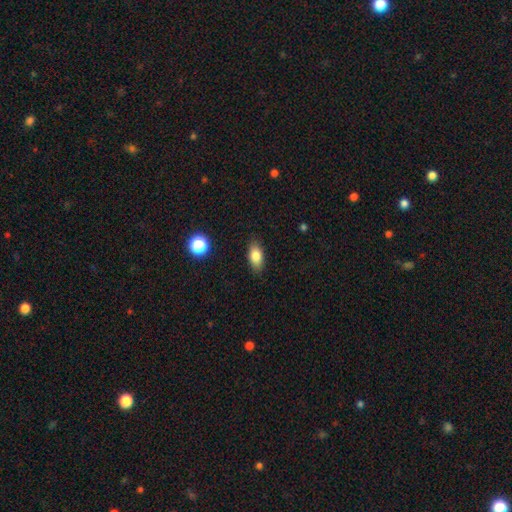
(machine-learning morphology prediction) Smooth or featured? Predicted: smooth (p=0.83). How rounded? Predicted: in between (p=0.87). Merging? Predicted: none (p=0.86).